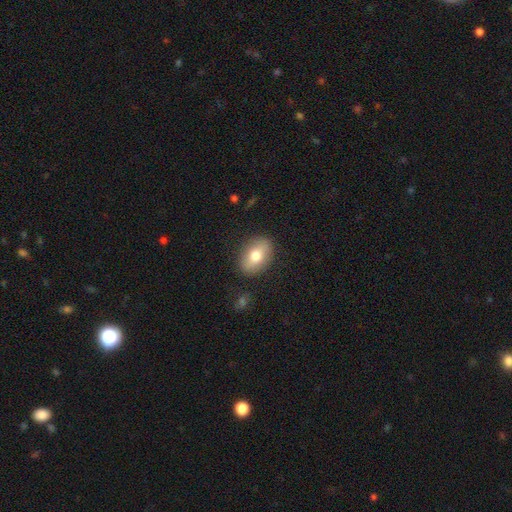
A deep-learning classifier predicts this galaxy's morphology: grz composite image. It shows a smooth galaxy with no disk features (72%) that is in between round and cigar-shaped (80%). Merging: none (86%).